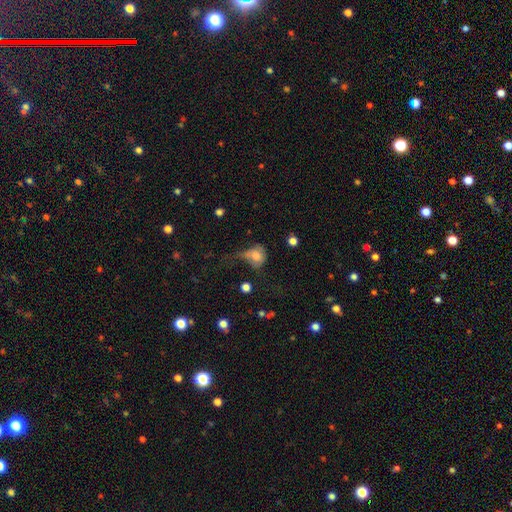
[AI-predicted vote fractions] The model was most divided on "how rounded": round: 58%, in between: 40%, cigar-shaped: 2%. Remaining: smooth or featured — smooth (67%); merging — major disturbance (47%).